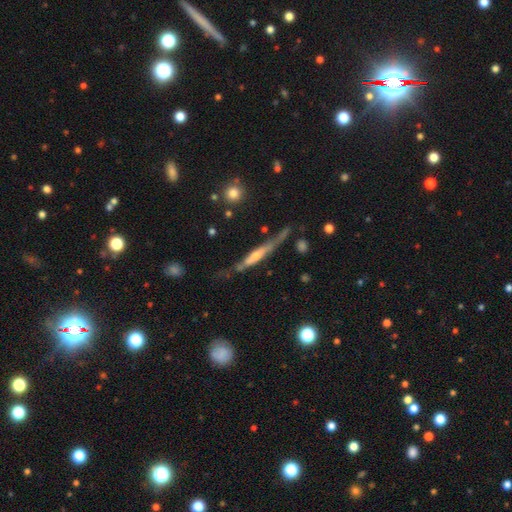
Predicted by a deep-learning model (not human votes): featured or disk 71%, smooth 22%, star or artifact 7%. Down the decision tree: edge-on disk — yes (89%); edge-on bulge — rounded (49%); merging — none (55%).